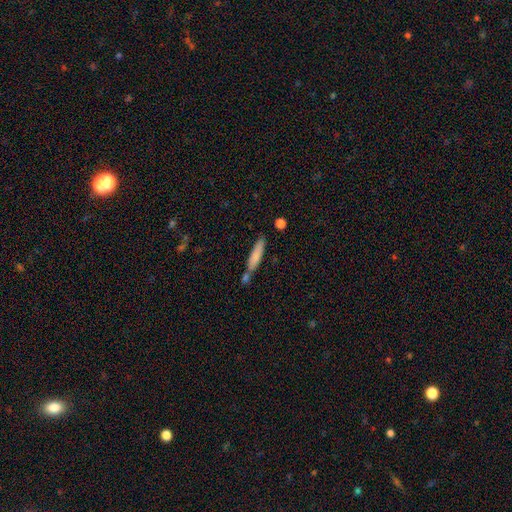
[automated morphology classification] Smooth or featured? Predicted: smooth (p=0.78). How rounded? Predicted: cigar-shaped (p=0.84). Merging? Predicted: none (p=0.62).